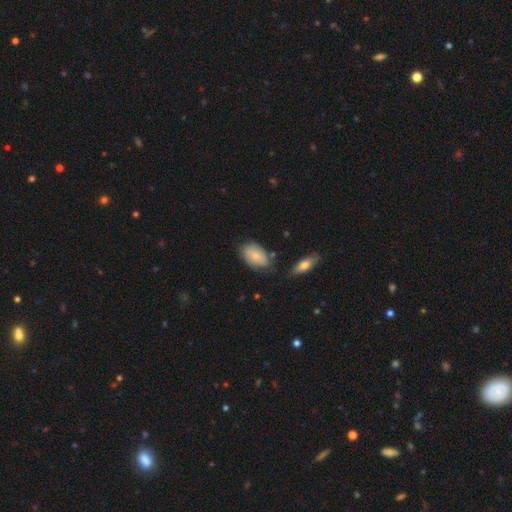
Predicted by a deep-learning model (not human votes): Smooth or featured?
  - smooth: 76% *
  - featured or disk: 18%
  - star or artifact: 6%
How rounded?
  - in between: 91% *
  - round: 7%
  - cigar-shaped: 2%
Merging?
  - none: 65% *
  - minor disturbance: 23%
  - merger: 6%
  - major disturbance: 5%